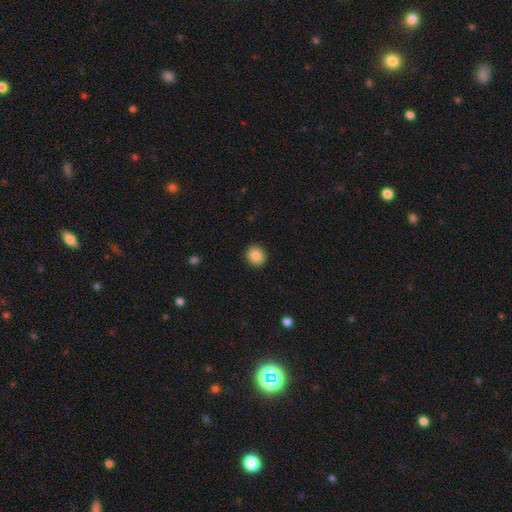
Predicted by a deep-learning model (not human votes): Smooth or featured?
  - smooth: 85% *
  - star or artifact: 9%
  - featured or disk: 6%
How rounded?
  - round: 91% *
  - in between: 8%
  - cigar-shaped: 1%
Merging?
  - none: 92% *
  - minor disturbance: 5%
  - major disturbance: 2%
  - merger: 1%